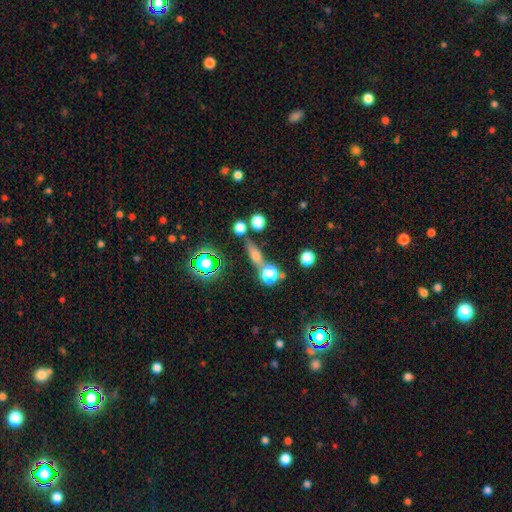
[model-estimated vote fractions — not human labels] Smooth or featured: smooth — 48% (featured or disk — 29%)
Merging: none — 73% (merger — 11%)